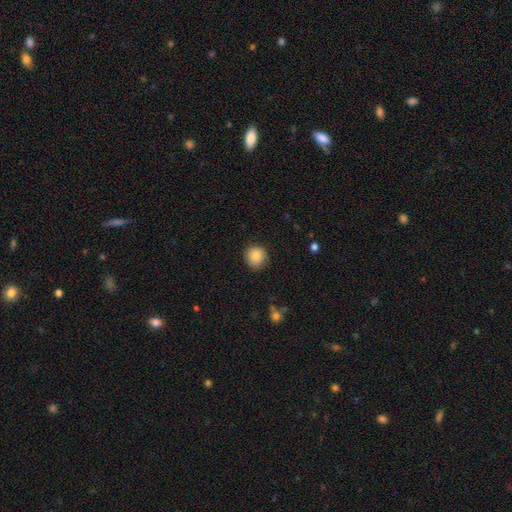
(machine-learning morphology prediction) smooth-or-featured: smooth: 85% | star or artifact: 9% | featured or disk: 6%
  how-rounded: round: 90% | in between: 10% | cigar-shaped: 1%
  merging: none: 86% | minor disturbance: 11% | major disturbance: 2% | merger: 1%